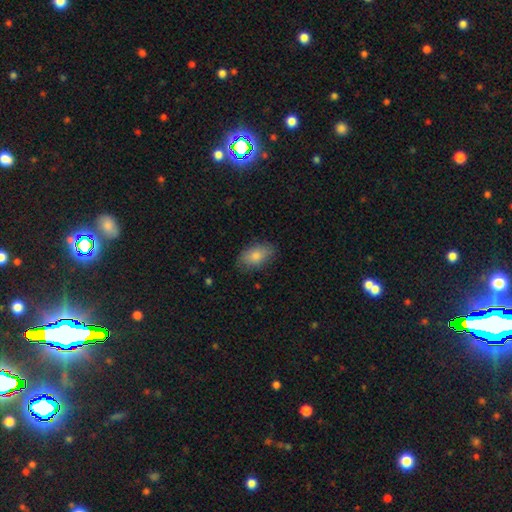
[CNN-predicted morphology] The model was most divided on "merging": none: 81%, minor disturbance: 15%, major disturbance: 3%, merger: 1%. More confident: how rounded — in between (90%); smooth or featured — smooth (79%).